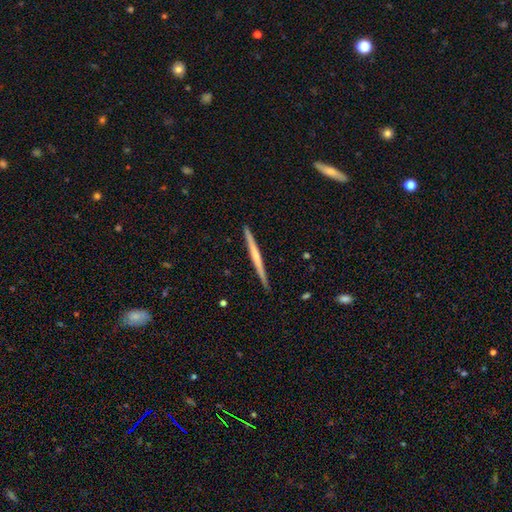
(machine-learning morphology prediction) Smooth or featured? Predicted: featured or disk (p=0.59). Edge-on disk? Predicted: yes (p=0.98). Edge-on bulge? Predicted: none (p=0.66). Merging? Predicted: none (p=0.92).